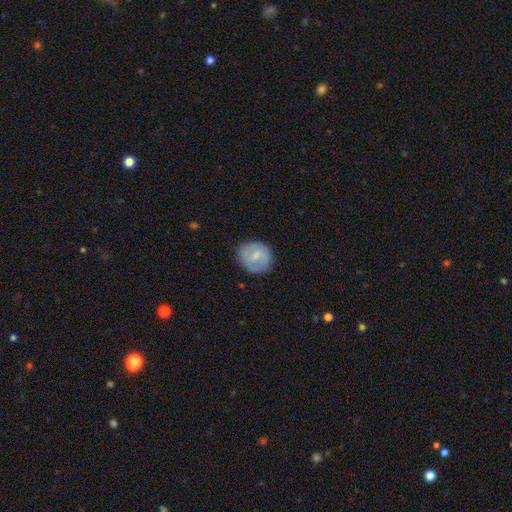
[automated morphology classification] Smooth or featured: smooth — 69% (featured or disk — 25%)
How rounded: round — 85% (in between — 14%)
Merging: none — 83% (minor disturbance — 13%)